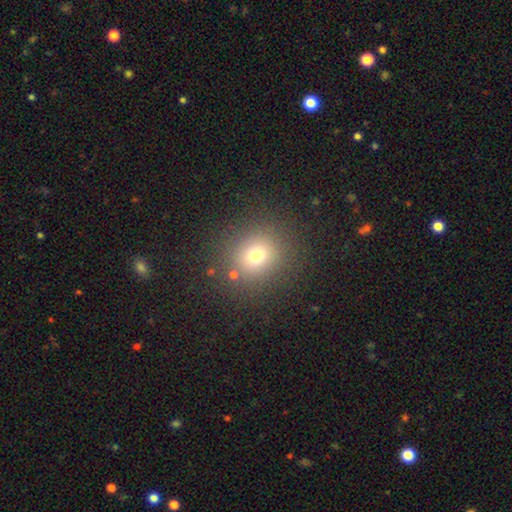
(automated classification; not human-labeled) This is likely a smooth galaxy (71%). How rounded: clearly round (83%). Merging: clearly none (85%).